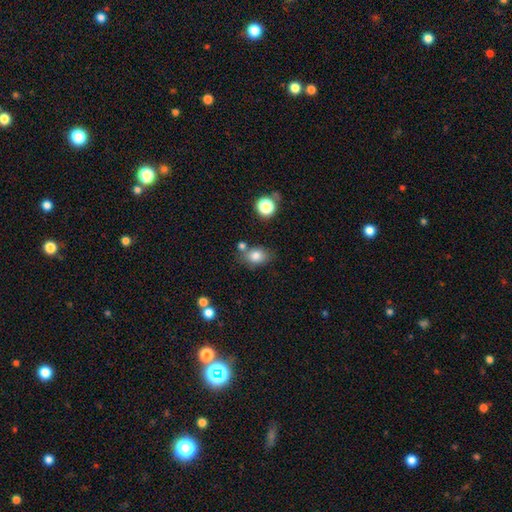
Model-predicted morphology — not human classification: A smooth galaxy with no disk features (81%) that is in between round and cigar-shaped (62%).

Vote fractions:
- Smooth or featured? smooth: 81% / star or artifact: 11% / featured or disk: 8%
- How rounded? in between: 62% / round: 36% / cigar-shaped: 1%
- Merging? none: 64% / minor disturbance: 17% / merger: 14% / major disturbance: 5%